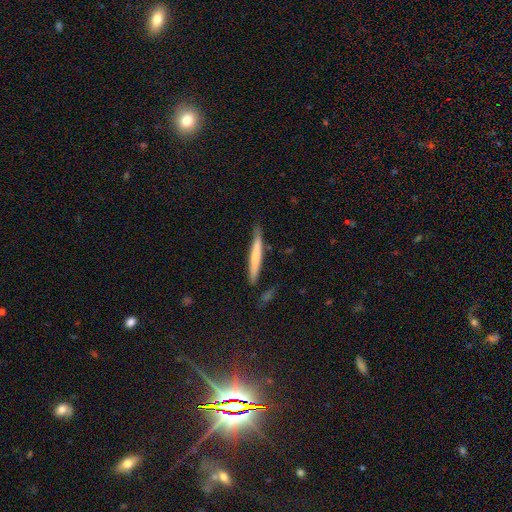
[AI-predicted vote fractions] This appears to be a smooth galaxy with no disk features (65%) that is cigar-shaped (96%). Merging: none (82%).